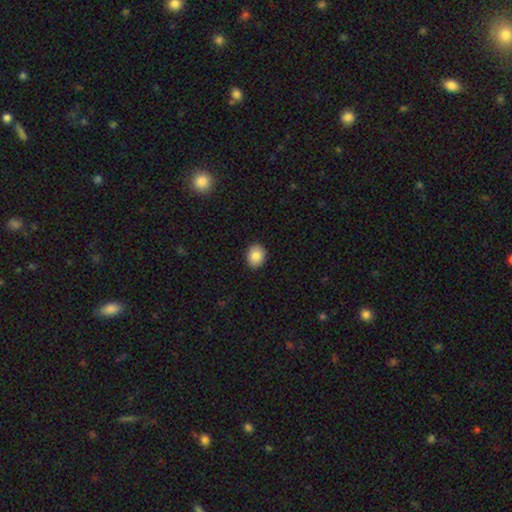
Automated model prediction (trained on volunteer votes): smooth_or_featured: smooth (p=0.85) [alt: star or artifact p=0.08]
how_rounded: round (p=0.53) [alt: in between p=0.46]
merging: none (p=0.89) [alt: minor disturbance p=0.08]